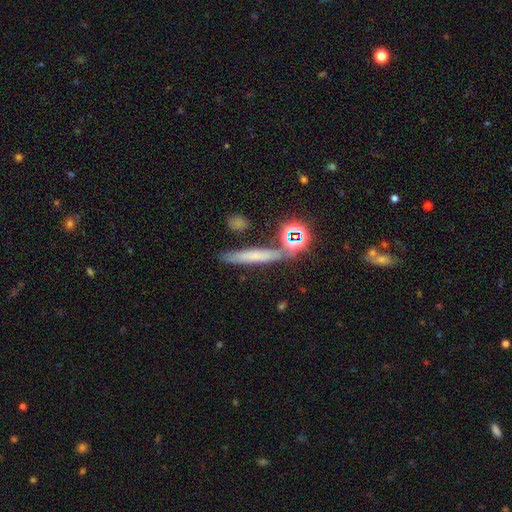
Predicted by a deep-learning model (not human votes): Morphology: type=smooth (54%); roundness=cigar-shaped (80%); merging=none (74%).